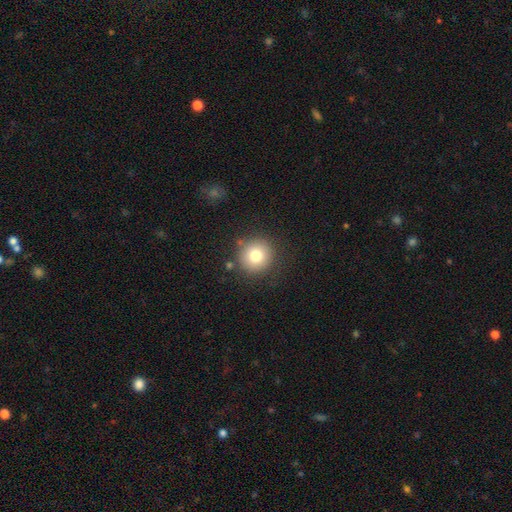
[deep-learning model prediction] Smooth or featured: smooth — 78% (star or artifact — 11%)
How rounded: round — 94% (in between — 5%)
Merging: none — 86% (minor disturbance — 8%)